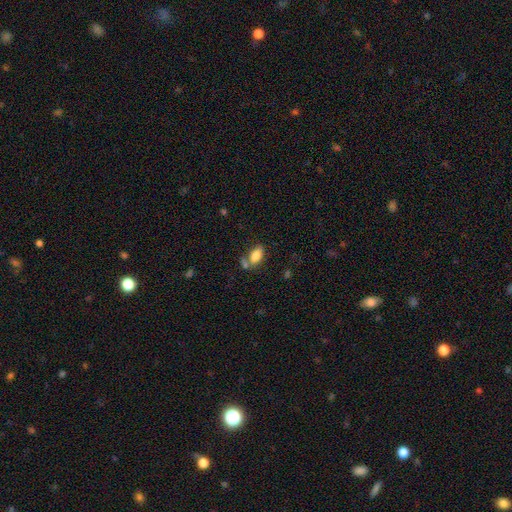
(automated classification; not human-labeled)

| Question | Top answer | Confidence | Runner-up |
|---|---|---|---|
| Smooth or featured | smooth | 80% | featured or disk (12%) |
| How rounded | in between | 90% | round (5%) |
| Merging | none | 53% | merger (24%) |